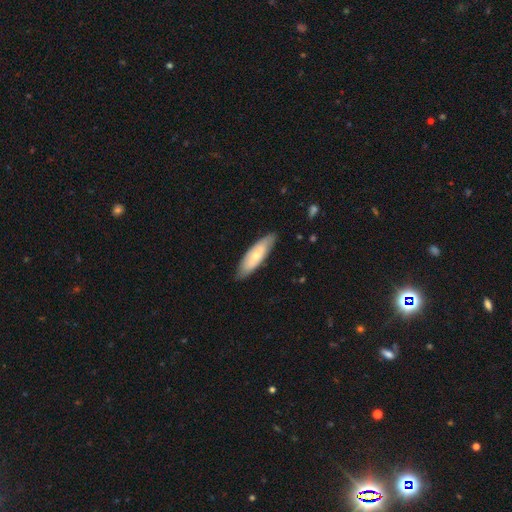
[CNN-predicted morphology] The model was most divided on "how rounded" (2-way tie): in between: 49%, cigar-shaped: 49%, round: 2%. More confident: merging — none (83%); smooth or featured — smooth (60%).